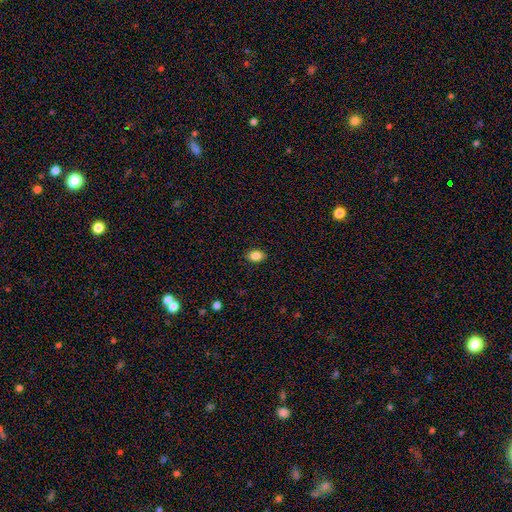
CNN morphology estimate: This appears to be a smooth galaxy with no disk features (86%) that is in between round and cigar-shaped (80%). Merging: none (90%).